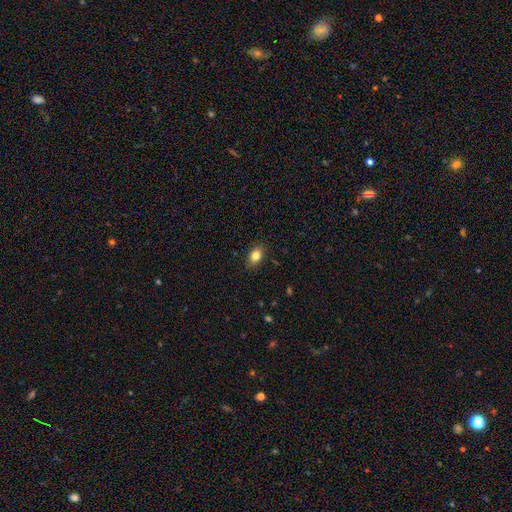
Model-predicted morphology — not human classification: Smooth or featured? smooth (84%)
How rounded? in between (80%)
Merging? none (86%)